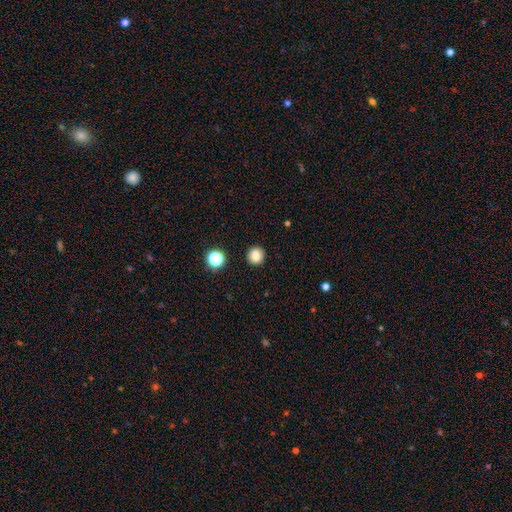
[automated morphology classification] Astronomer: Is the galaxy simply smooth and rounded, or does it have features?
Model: smooth — 83%.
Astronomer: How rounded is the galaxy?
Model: round — 91%.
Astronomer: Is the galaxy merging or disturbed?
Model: none — 91%.